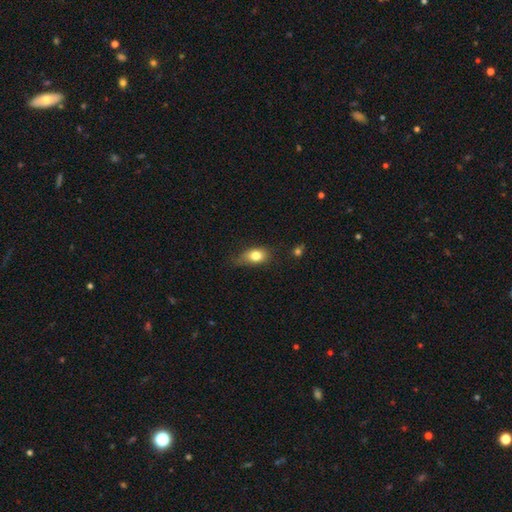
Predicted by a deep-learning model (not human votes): smooth 79%, featured or disk 12%, star or artifact 9%. Down the decision tree: how rounded — in between (78%); merging — none (49%).